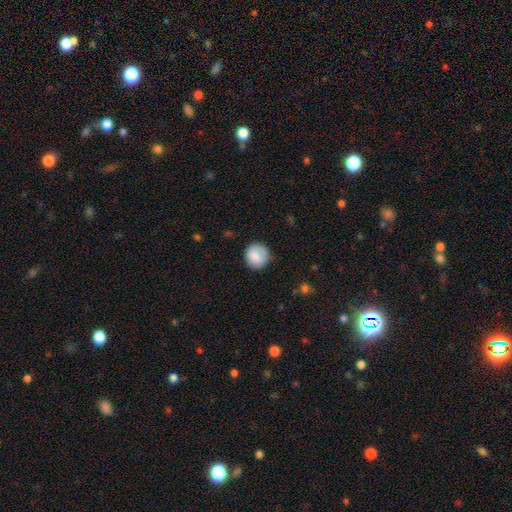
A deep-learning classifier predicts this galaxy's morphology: This appears to be a smooth galaxy with no disk features (86%) that is round (90%). Merging: none (83%).